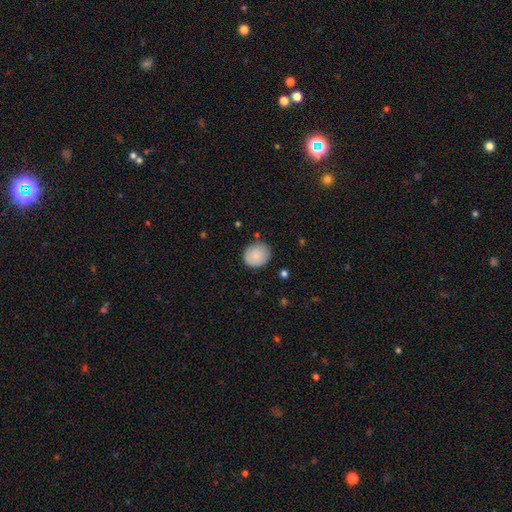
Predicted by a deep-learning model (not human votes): Smooth or featured? smooth (86%)
How rounded? round (75%)
Merging? none (83%)